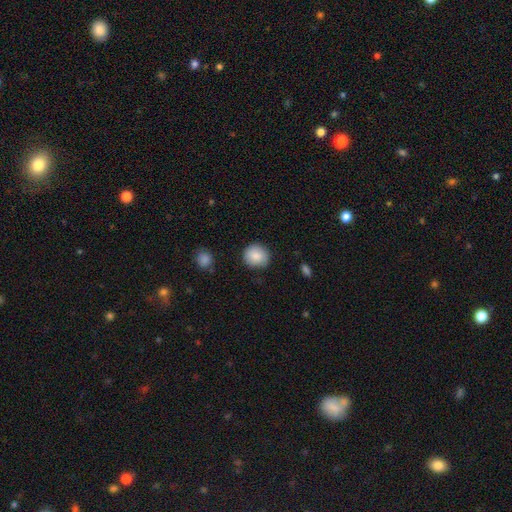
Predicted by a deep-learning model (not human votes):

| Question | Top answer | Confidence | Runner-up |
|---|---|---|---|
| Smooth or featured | smooth | 84% | featured or disk (8%) |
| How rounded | round | 88% | in between (11%) |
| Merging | none | 83% | minor disturbance (13%) |